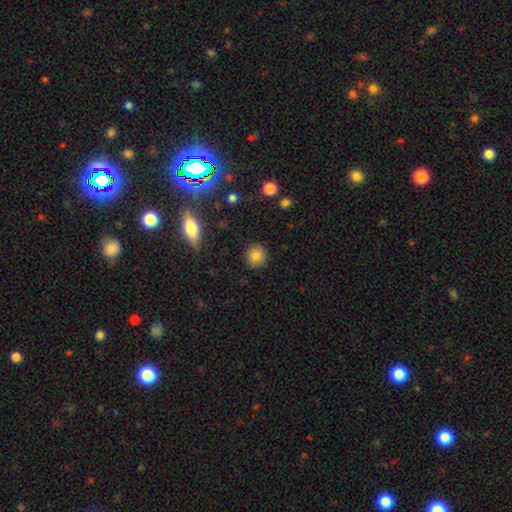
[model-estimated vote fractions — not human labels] smooth_or_featured: smooth (p=0.83) [alt: star or artifact p=0.10]
how_rounded: round (p=0.88) [alt: in between p=0.11]
merging: none (p=0.90) [alt: minor disturbance p=0.07]